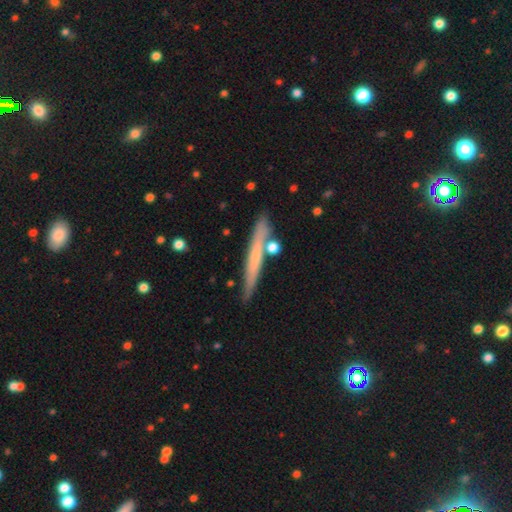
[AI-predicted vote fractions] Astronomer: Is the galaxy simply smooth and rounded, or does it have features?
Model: smooth — 51% (runner-up: featured or disk, 43%).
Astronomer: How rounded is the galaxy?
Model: cigar-shaped — 96%.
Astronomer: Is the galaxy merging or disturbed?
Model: none — 83%.